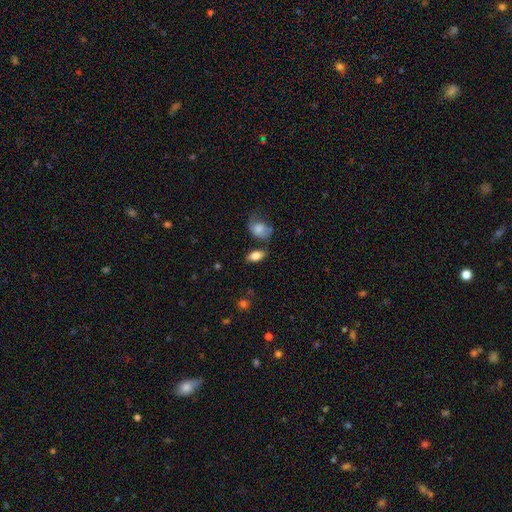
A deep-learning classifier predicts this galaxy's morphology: type=smooth (80%); roundness=in between (89%); merging=none (71%).